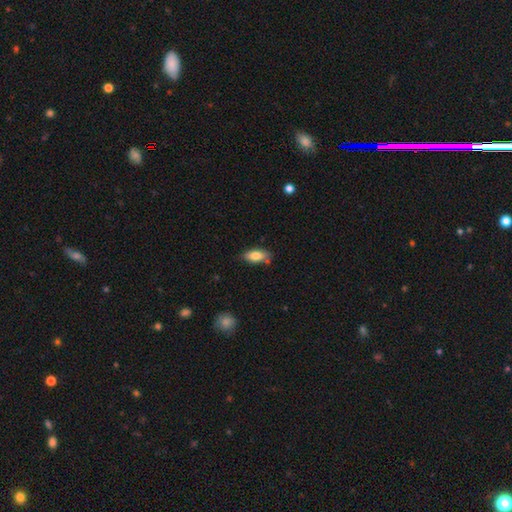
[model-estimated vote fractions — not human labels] Smooth or featured? smooth (80%)
How rounded? in between (87%)
Merging? none (73%)